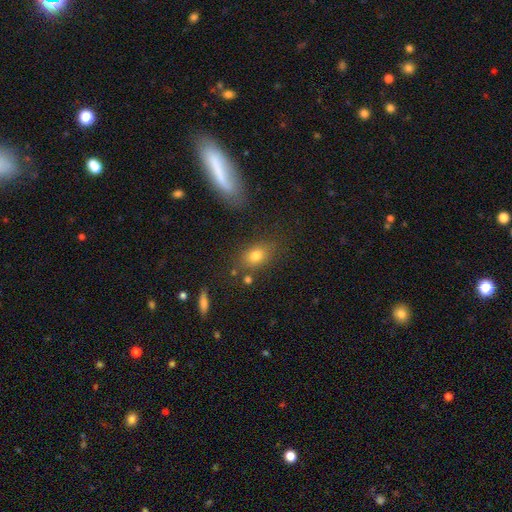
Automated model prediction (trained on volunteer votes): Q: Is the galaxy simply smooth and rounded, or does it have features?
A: smooth — 77%.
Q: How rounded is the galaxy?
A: in between — 68%.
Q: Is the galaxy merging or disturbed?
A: none — 73%.